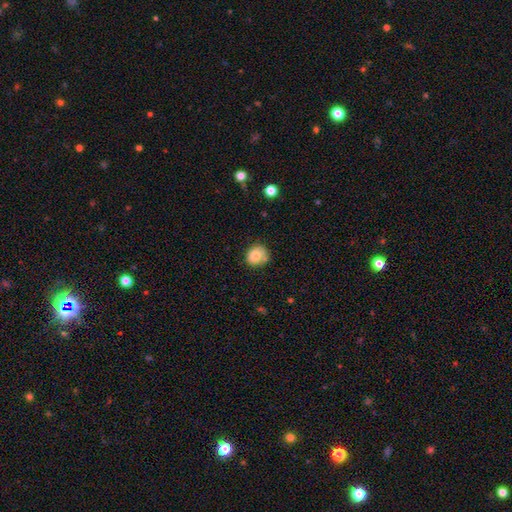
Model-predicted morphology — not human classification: Smooth or featured? Predicted: smooth (p=0.81). How rounded? Predicted: round (p=0.75). Merging? Predicted: none (p=0.70).